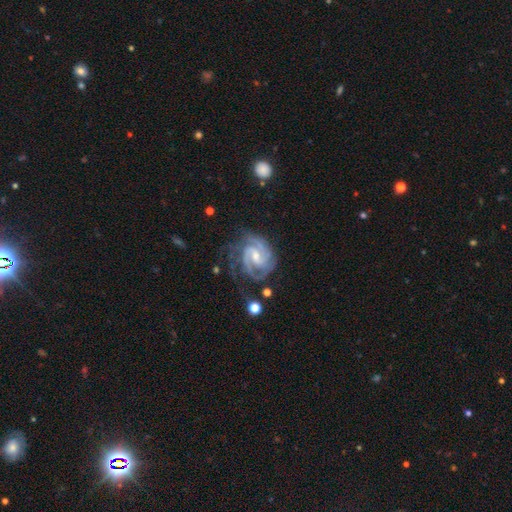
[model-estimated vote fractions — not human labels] Smooth or featured? Predicted: featured or disk (p=0.91). Edge-on disk? Predicted: no (p=0.98). Bar? Predicted: weak (p=0.56). Spiral arms? Predicted: yes (p=0.98). Spiral winding? Predicted: tight (p=0.54). Spiral arm count? Predicted: 2 (p=0.44). Bulge size? Predicted: small (p=0.47). Merging? Predicted: none (p=0.62).